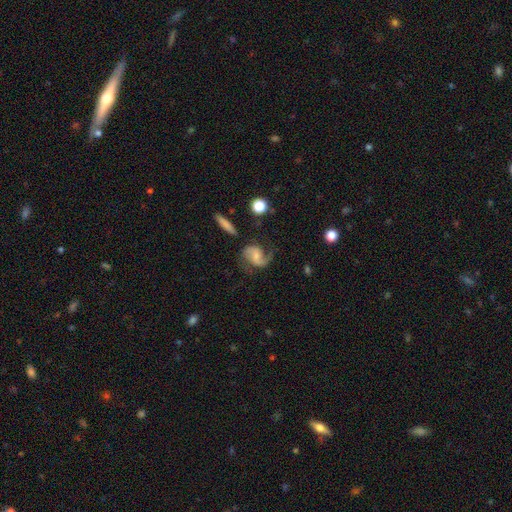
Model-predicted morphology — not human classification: Smooth or featured? featured or disk (82%)
Edge-on disk? no (97%)
Bar? no (50%)
Spiral arms? yes (96%)
Spiral winding? medium (46%)
Spiral arm count? 2 (86%)
Bulge size? small (47%)
Merging? none (66%)